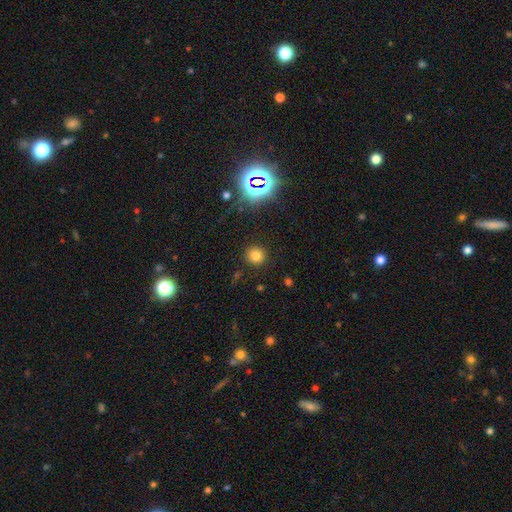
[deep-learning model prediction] This is likely a smooth galaxy (75%). How rounded: clearly round (92%). Merging: clearly none (90%).